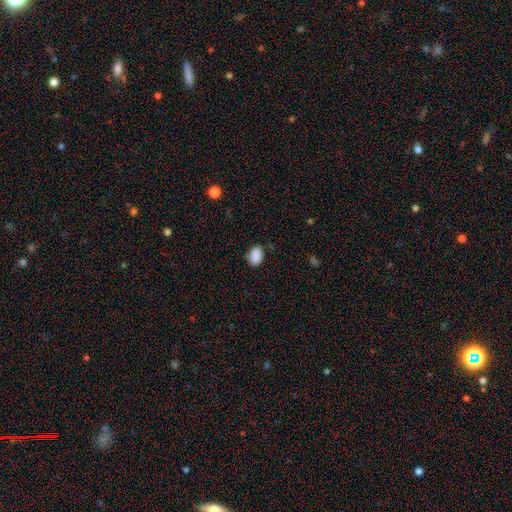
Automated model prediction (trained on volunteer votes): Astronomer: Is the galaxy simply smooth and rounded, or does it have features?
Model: smooth — 89%.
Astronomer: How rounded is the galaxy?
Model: in between — 82%.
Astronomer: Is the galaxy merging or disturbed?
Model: none — 81%.